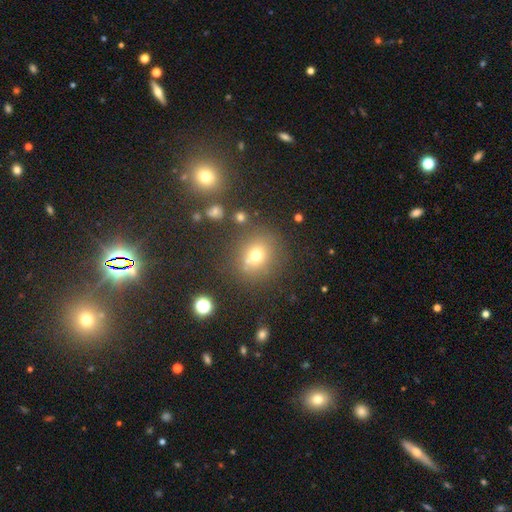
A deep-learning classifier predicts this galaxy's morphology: smooth 68%, star or artifact 20%, featured or disk 12%. Down the decision tree: how rounded — round (81%); merging — none (74%).